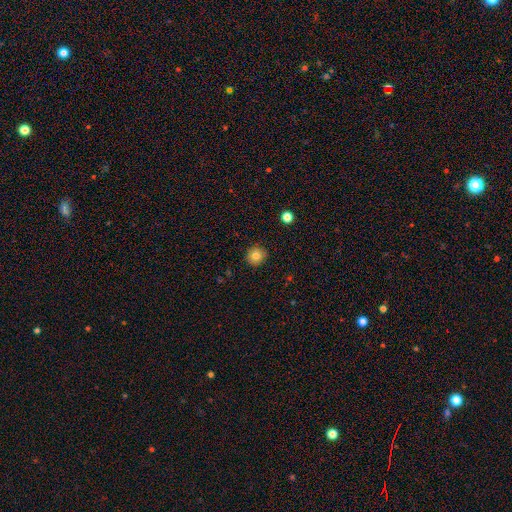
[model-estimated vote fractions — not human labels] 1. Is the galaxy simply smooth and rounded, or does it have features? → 80% smooth, 11% star or artifact, 9% featured or disk.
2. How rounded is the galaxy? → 92% round, 7% in between, 1% cigar-shaped.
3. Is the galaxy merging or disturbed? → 90% none, 7% minor disturbance, 2% major disturbance, 1% merger.